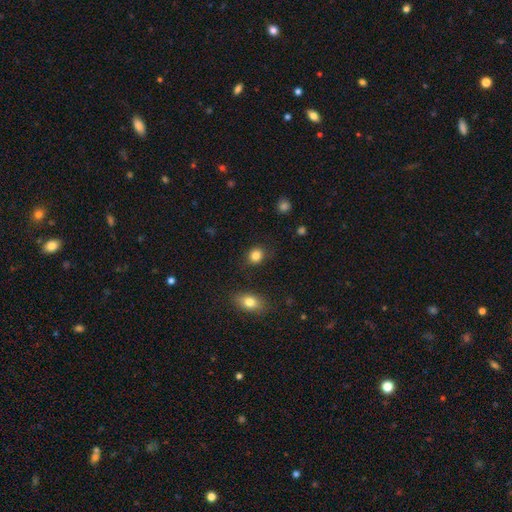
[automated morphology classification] Smooth or featured? smooth (85%)
How rounded? round (73%)
Merging? none (85%)